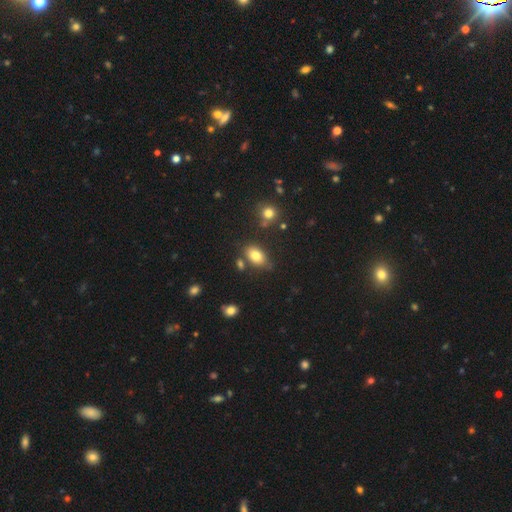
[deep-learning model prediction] This appears to be a smooth galaxy with no disk features (81%) that is in between round and cigar-shaped (88%). Merging: none (71%).